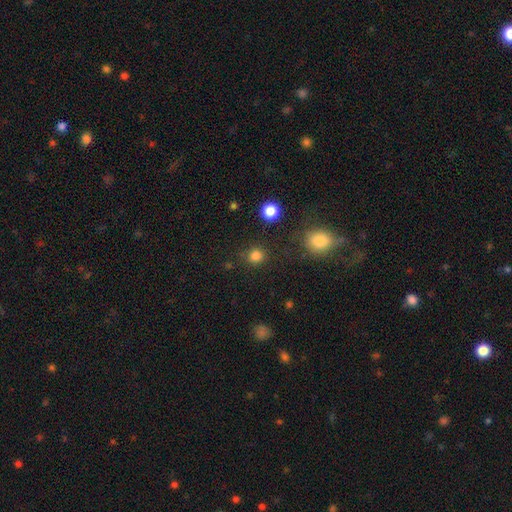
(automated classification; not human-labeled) smooth_or_featured: smooth (p=0.81) [alt: star or artifact p=0.15]
how_rounded: round (p=0.90) [alt: in between p=0.09]
merging: none (p=0.87) [alt: minor disturbance p=0.07]